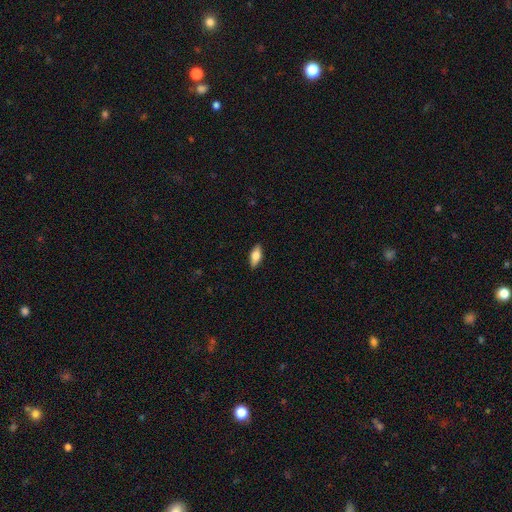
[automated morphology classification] A smooth galaxy with no disk features (65%) that is in between round and cigar-shaped (78%).

Vote fractions:
- Smooth or featured? smooth: 65% / featured or disk: 28% / star or artifact: 7%
- How rounded? in between: 78% / cigar-shaped: 19% / round: 3%
- Merging? none: 88% / minor disturbance: 9% / major disturbance: 2% / merger: 1%